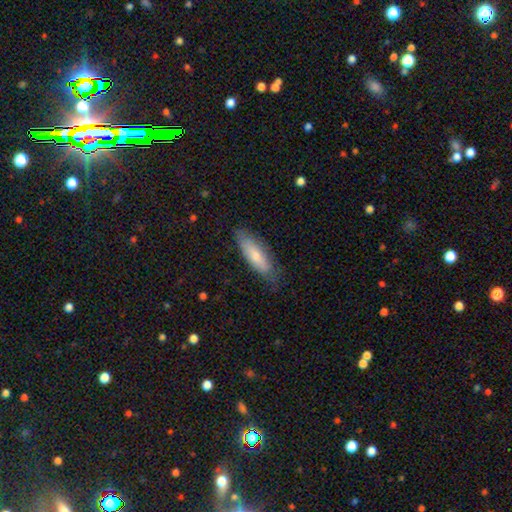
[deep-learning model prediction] Smooth or featured: smooth — 73% (featured or disk — 21%)
How rounded: cigar-shaped — 51% (in between — 47%)
Merging: none — 76% (minor disturbance — 19%)